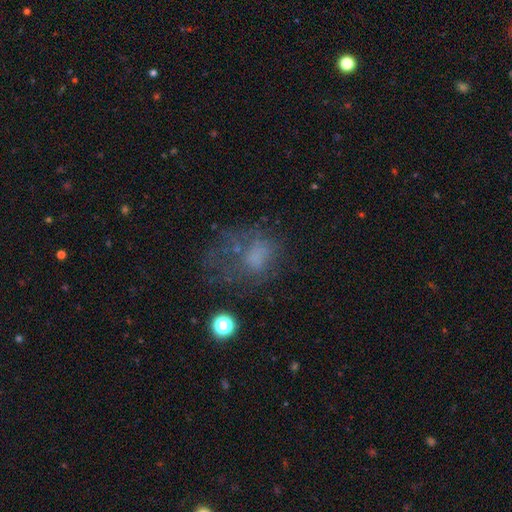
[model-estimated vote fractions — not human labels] A smooth galaxy with no disk features (48%).

Vote fractions:
- Smooth or featured? smooth: 48% / featured or disk: 29% / star or artifact: 23%
- Merging? none: 38% / major disturbance: 37% / minor disturbance: 19% / merger: 6%